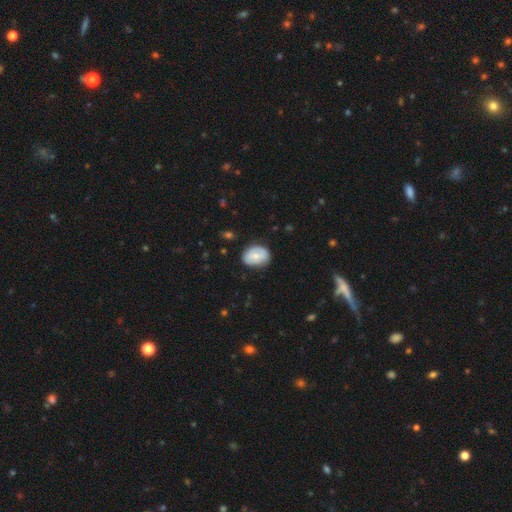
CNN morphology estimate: type=smooth (67%); roundness=in between (75%); merging=none (76%).